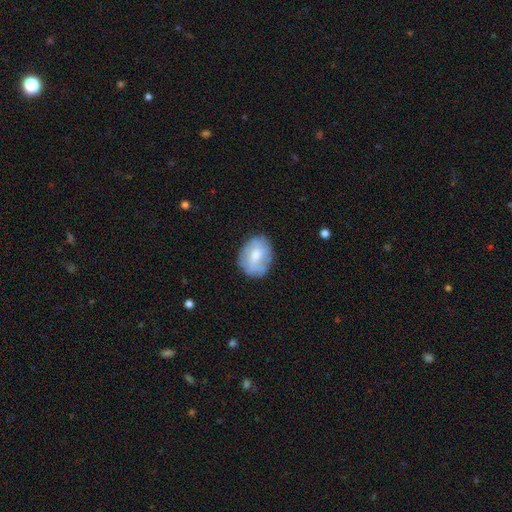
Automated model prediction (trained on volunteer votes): This is possibly a smooth galaxy (59%). How rounded: possibly in between (60%). Merging: likely none (73%).